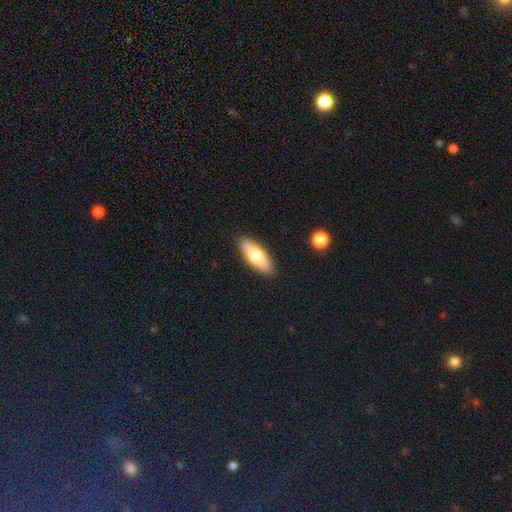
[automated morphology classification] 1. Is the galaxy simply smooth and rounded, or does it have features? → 73% smooth, 21% featured or disk, 6% star or artifact.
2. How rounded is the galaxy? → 74% in between, 23% cigar-shaped, 2% round.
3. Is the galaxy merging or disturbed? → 89% none, 8% minor disturbance, 2% major disturbance, 1% merger.